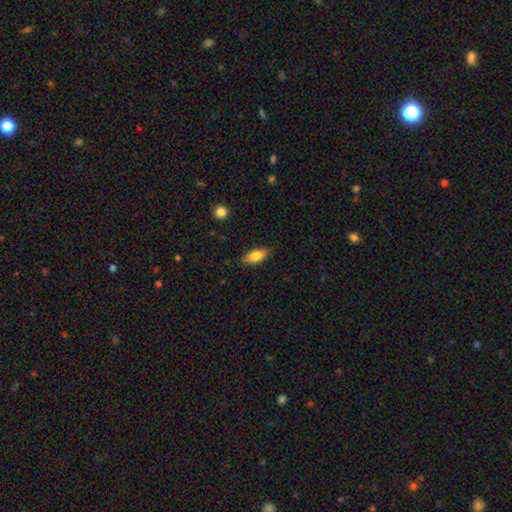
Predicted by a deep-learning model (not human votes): A smooth galaxy with no disk features (80%) that is in between round and cigar-shaped (87%).

Vote fractions:
- Smooth or featured? smooth: 80% / featured or disk: 13% / star or artifact: 7%
- How rounded? in between: 87% / cigar-shaped: 10% / round: 3%
- Merging? none: 84% / minor disturbance: 13% / major disturbance: 2% / merger: 1%